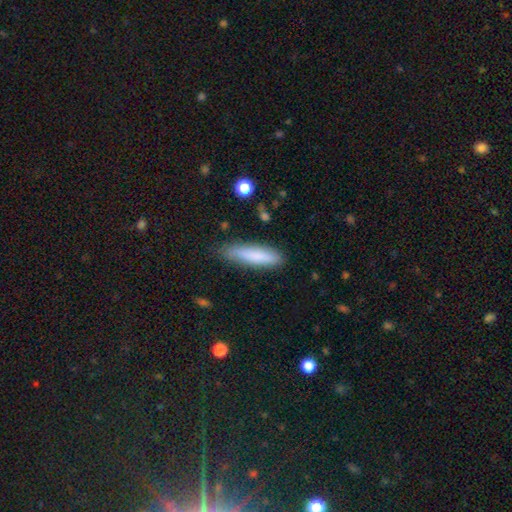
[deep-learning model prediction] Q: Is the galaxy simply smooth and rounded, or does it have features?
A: smooth — 81%.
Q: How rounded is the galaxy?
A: cigar-shaped — 76%.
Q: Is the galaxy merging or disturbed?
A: none — 79%.